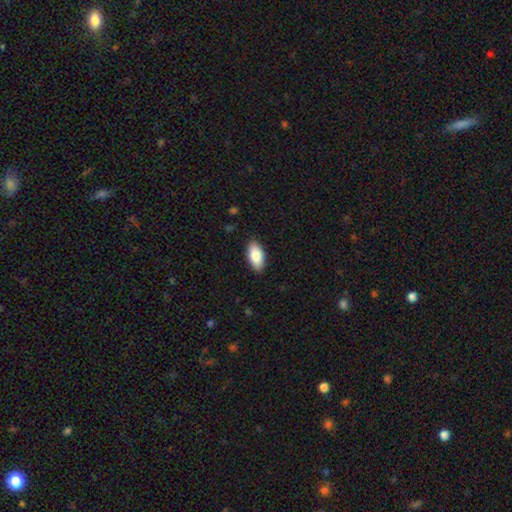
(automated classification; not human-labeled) The model was most divided on "smooth or featured": smooth: 85%, featured or disk: 9%, star or artifact: 6%. More confident: how rounded — in between (93%); merging — none (89%).